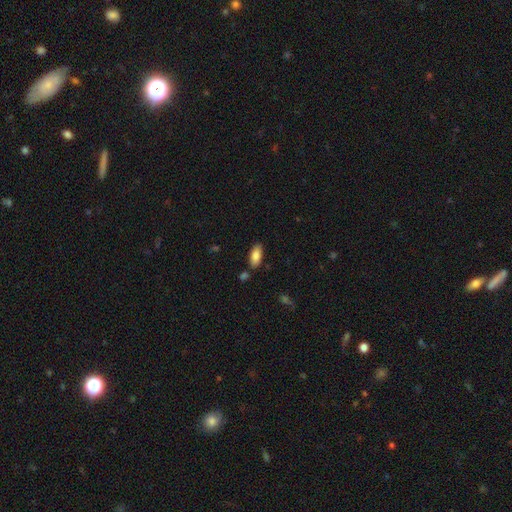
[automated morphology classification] Smooth or featured: smooth — 84% (featured or disk — 9%)
How rounded: in between — 86% (cigar-shaped — 12%)
Merging: none — 83% (minor disturbance — 11%)